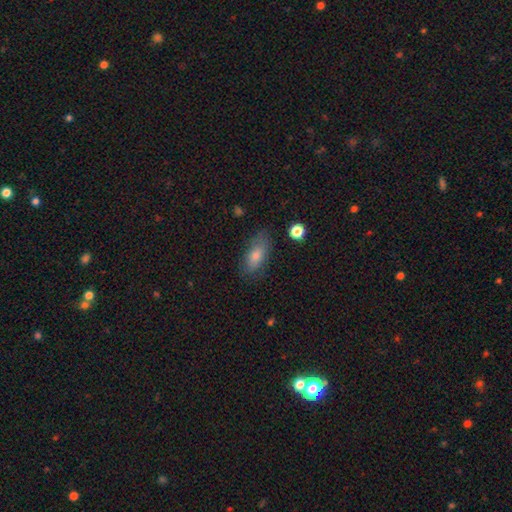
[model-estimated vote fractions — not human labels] Smooth or featured? Predicted: smooth (p=0.74). How rounded? Predicted: in between (p=0.78). Merging? Predicted: none (p=0.78).